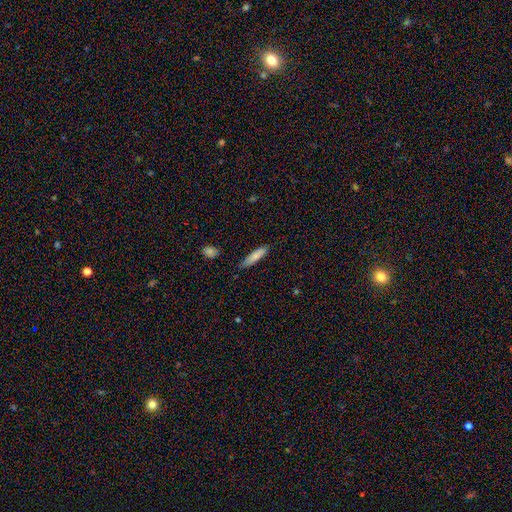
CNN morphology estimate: Smooth or featured: smooth — 82% (featured or disk — 11%)
How rounded: cigar-shaped — 79% (in between — 20%)
Merging: none — 79% (minor disturbance — 17%)